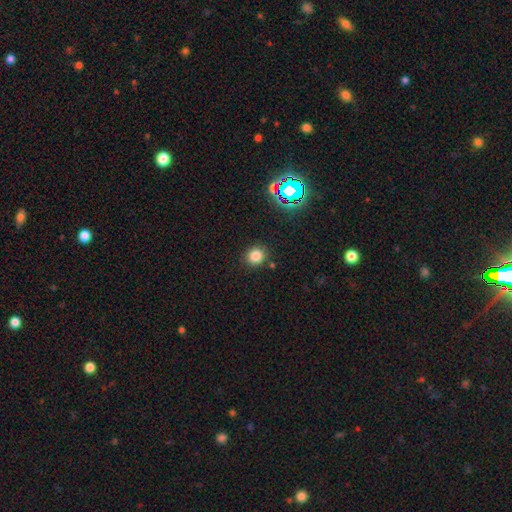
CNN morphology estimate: smooth 79%, star or artifact 15%, featured or disk 5%. Down the decision tree: how rounded — round (83%); merging — none (86%).